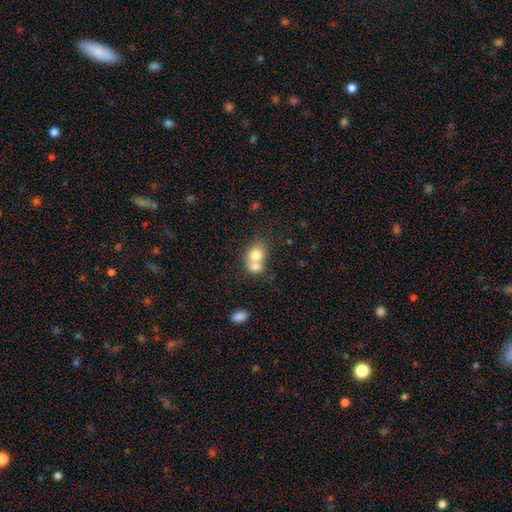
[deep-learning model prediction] The model was most divided on "how rounded": round: 58%, in between: 41%, cigar-shaped: 1%. More confident: smooth or featured — smooth (74%); merging — merger (66%).